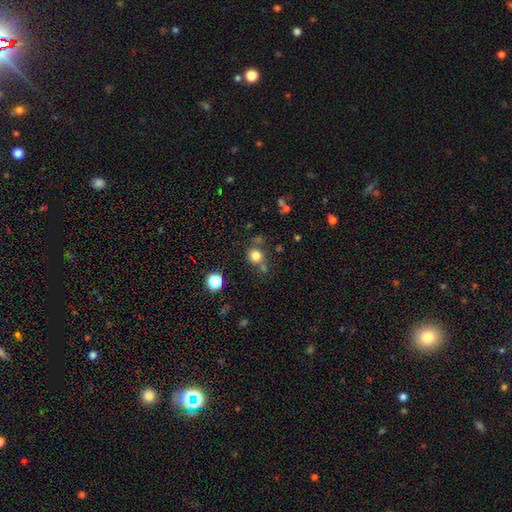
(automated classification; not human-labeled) smooth-or-featured: smooth: 79% | star or artifact: 14% | featured or disk: 7%
  how-rounded: round: 89% | in between: 10% | cigar-shaped: 1%
  merging: none: 70% | merger: 14% | minor disturbance: 11% | major disturbance: 5%